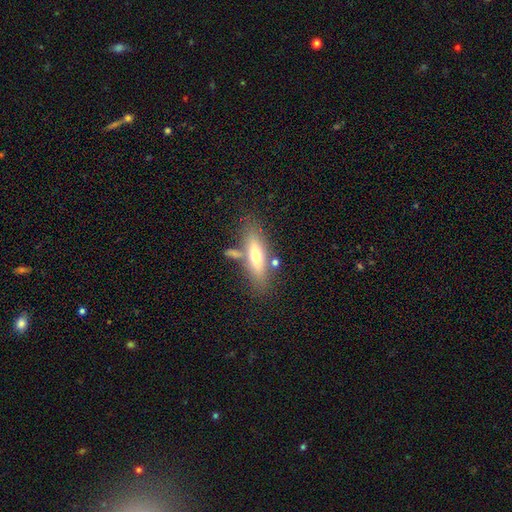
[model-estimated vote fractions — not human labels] Smooth or featured?
  - smooth: 54% *
  - featured or disk: 39%
  - star or artifact: 7%
How rounded?
  - cigar-shaped: 59% *
  - in between: 39%
  - round: 3%
Merging?
  - none: 70% *
  - minor disturbance: 14%
  - merger: 11%
  - major disturbance: 4%